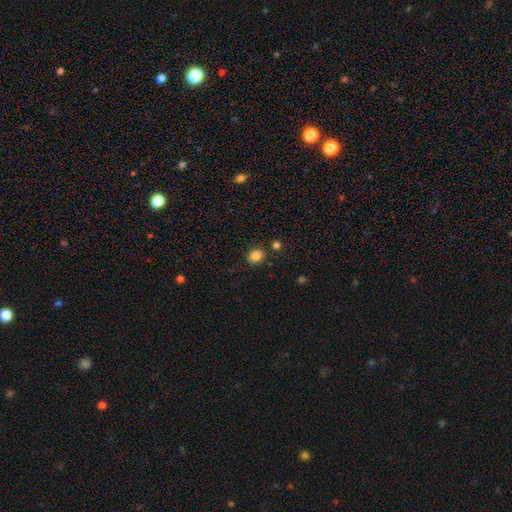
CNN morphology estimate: smooth_or_featured: smooth (p=0.84) [alt: star or artifact p=0.11]
how_rounded: round (p=0.64) [alt: in between p=0.35]
merging: none (p=0.83) [alt: minor disturbance p=0.09]